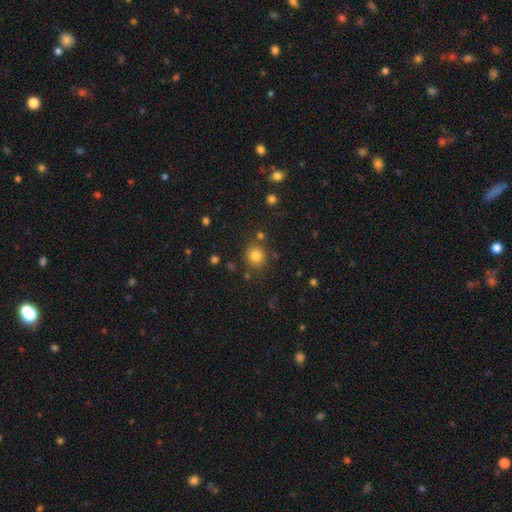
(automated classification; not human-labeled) Smooth or featured?
  - smooth: 81% *
  - star or artifact: 13%
  - featured or disk: 6%
How rounded?
  - round: 84% *
  - in between: 15%
  - cigar-shaped: 1%
Merging?
  - none: 82% *
  - minor disturbance: 9%
  - merger: 6%
  - major disturbance: 4%